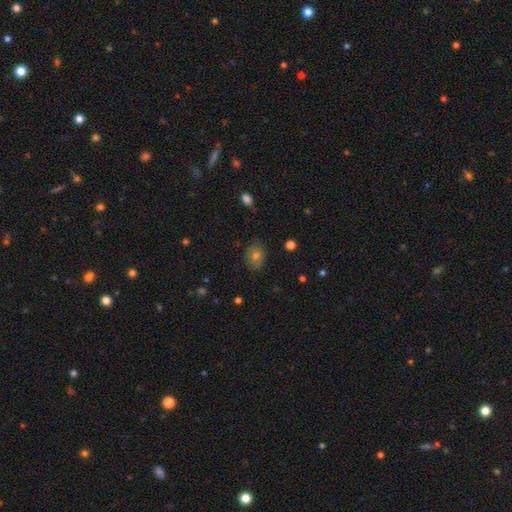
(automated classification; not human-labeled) smooth_or_featured: smooth (p=0.69) [alt: star or artifact p=0.18]
how_rounded: round (p=0.50) [alt: in between p=0.49]
merging: none (p=0.80) [alt: minor disturbance p=0.15]